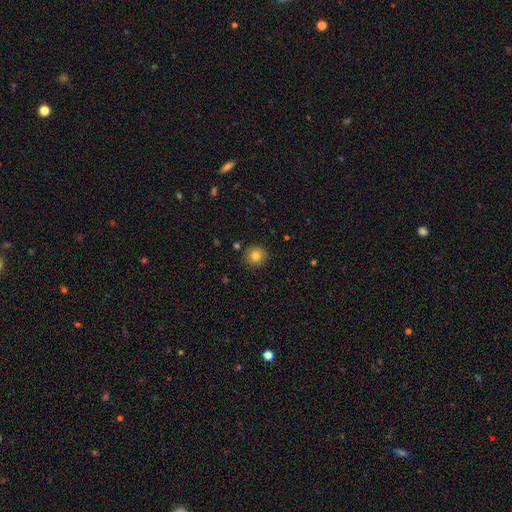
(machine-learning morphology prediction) type=smooth (81%); roundness=round (92%); merging=none (88%).